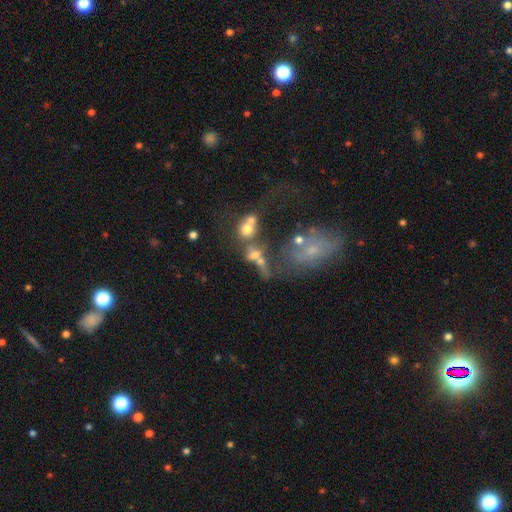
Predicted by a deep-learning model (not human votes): Smooth or featured? Predicted: smooth (p=0.52). How rounded? Predicted: in between (p=0.49). Merging? Predicted: merger (p=0.46).